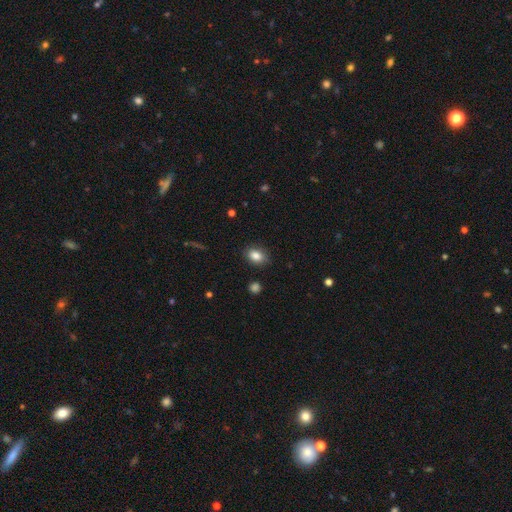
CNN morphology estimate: type=smooth (85%); roundness=in between (78%); merging=none (86%).